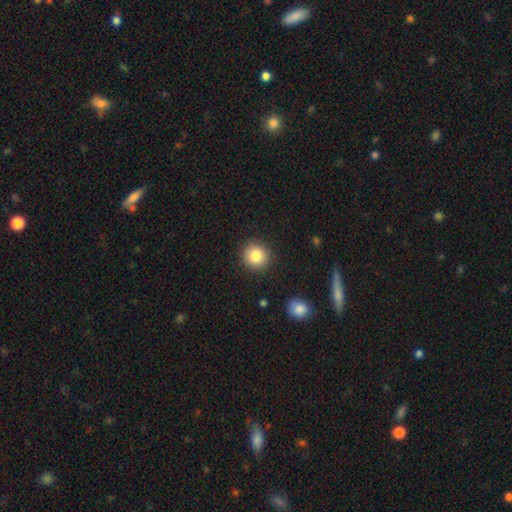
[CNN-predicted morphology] smooth_or_featured: smooth (p=0.84) [alt: star or artifact p=0.10]
how_rounded: round (p=0.91) [alt: in between p=0.08]
merging: none (p=0.90) [alt: minor disturbance p=0.07]